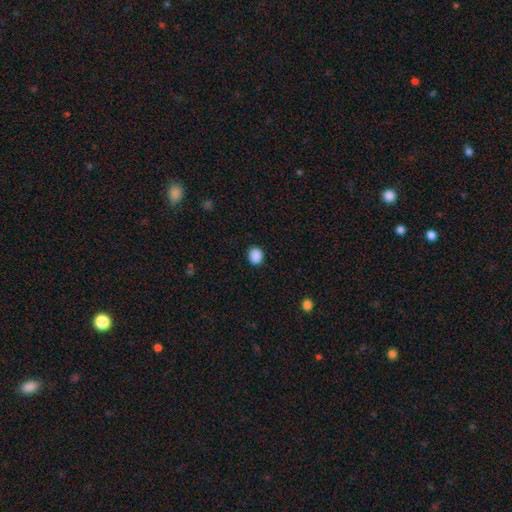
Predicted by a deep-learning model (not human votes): Q: Smooth or featured?
A: smooth (89%); runner-up: star or artifact (9%)
Q: How rounded?
A: round (71%); runner-up: in between (28%)
Q: Merging?
A: none (89%); runner-up: minor disturbance (8%)